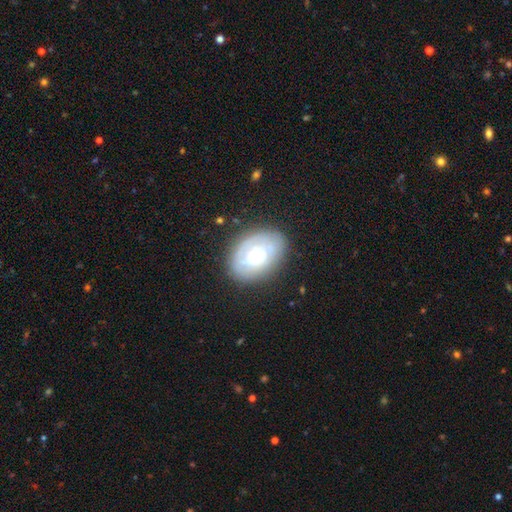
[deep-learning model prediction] This is possibly a featured or disk galaxy (58%). It is clearly not viewed edge-on (96%). Bar: likely no (68%). Spiral arm pattern: likely yes (68%). Central bulge: possibly moderate (48%). Merging: likely none (74%).